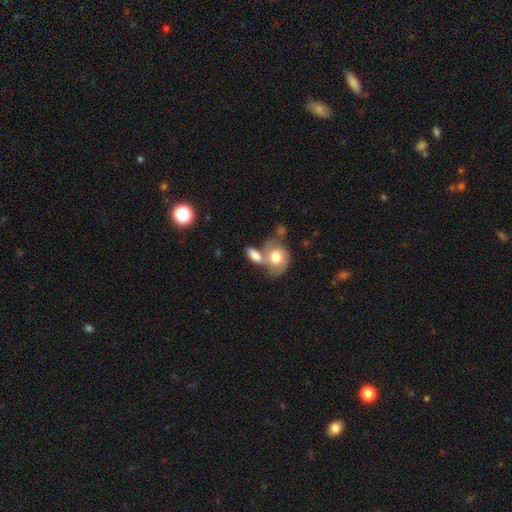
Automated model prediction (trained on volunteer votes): A smooth galaxy with no disk features (72%) that is in between round and cigar-shaped (79%).

Vote fractions:
- Smooth or featured? smooth: 72% / featured or disk: 20% / star or artifact: 7%
- How rounded? in between: 79% / round: 15% / cigar-shaped: 6%
- Merging? merger: 50% / none: 31% / minor disturbance: 12% / major disturbance: 7%